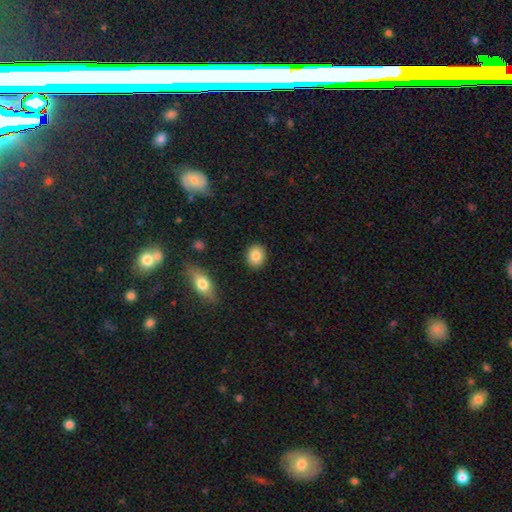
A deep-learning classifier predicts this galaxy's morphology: This appears to be a smooth galaxy with no disk features (85%) that is round (60%). Merging: none (90%).